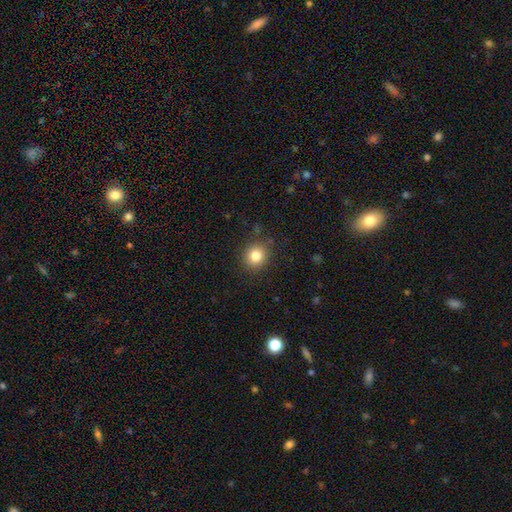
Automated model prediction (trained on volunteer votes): A smooth galaxy with no disk features (82%) that is round (85%). Merging: none (87%).